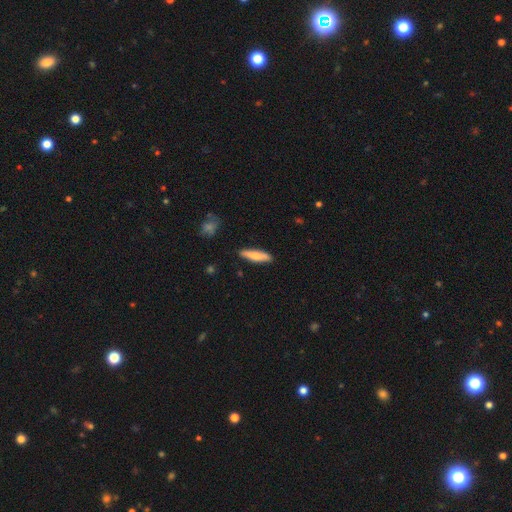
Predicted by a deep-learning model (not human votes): Smooth or featured: smooth — 73% (featured or disk — 21%)
How rounded: cigar-shaped — 75% (in between — 23%)
Merging: none — 88% (minor disturbance — 9%)